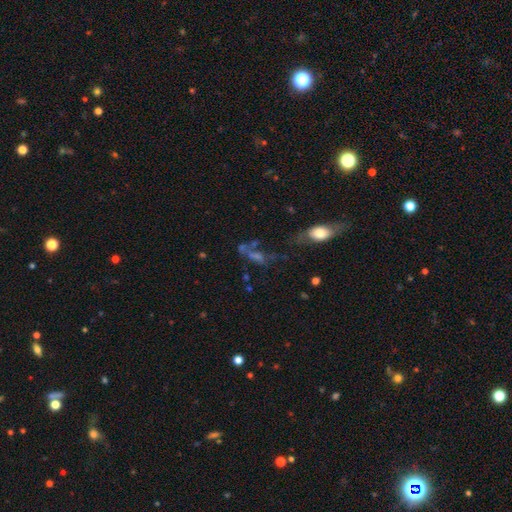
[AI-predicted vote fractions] Smooth or featured: featured or disk — 37% (smooth — 34%)
Merging: none — 36% (major disturbance — 28%)